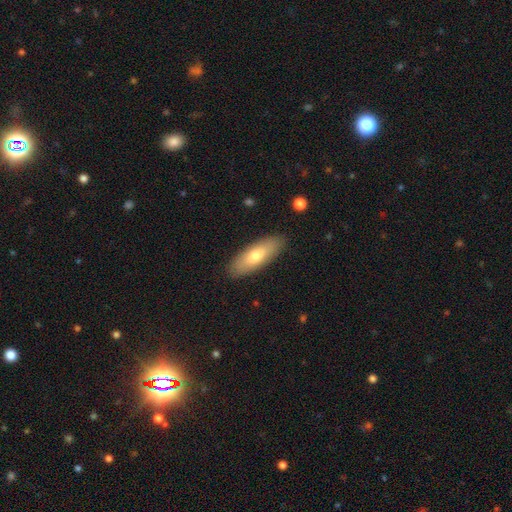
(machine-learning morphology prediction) This appears to be a smooth galaxy with no disk features (70%) that is in between round and cigar-shaped (63%). Merging: none (88%).